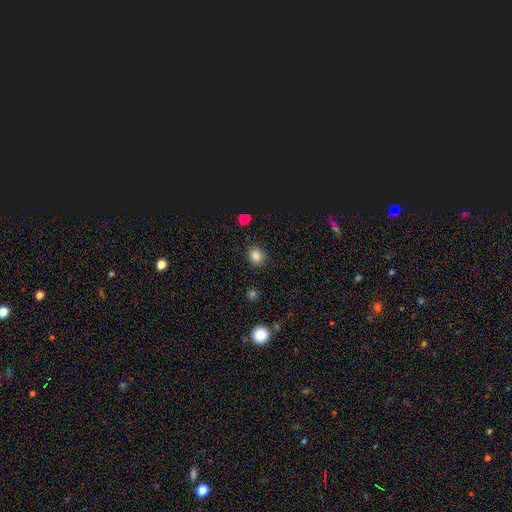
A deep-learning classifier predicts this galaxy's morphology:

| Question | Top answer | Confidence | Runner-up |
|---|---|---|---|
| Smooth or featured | smooth | 83% | star or artifact (13%) |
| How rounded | round | 64% | in between (35%) |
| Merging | none | 84% | minor disturbance (11%) |